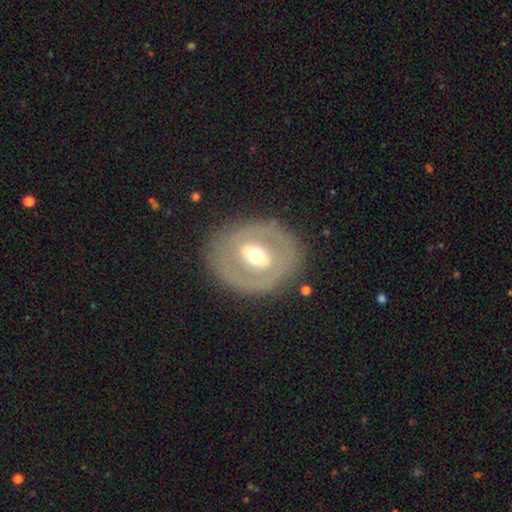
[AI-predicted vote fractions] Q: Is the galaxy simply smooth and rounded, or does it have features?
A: featured or disk — 64%.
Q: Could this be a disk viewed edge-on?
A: no — 91%.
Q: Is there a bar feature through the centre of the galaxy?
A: strong — 39%.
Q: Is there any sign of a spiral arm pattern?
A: no — 81%.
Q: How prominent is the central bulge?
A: moderate — 69%.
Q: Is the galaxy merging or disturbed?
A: none — 80%.